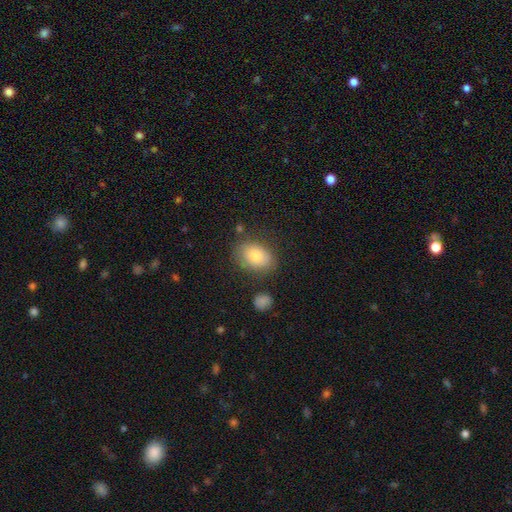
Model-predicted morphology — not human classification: The model was most divided on "merging": none: 76%, minor disturbance: 16%, major disturbance: 5%, merger: 4%. More confident: how rounded — in between (81%); smooth or featured — smooth (80%).